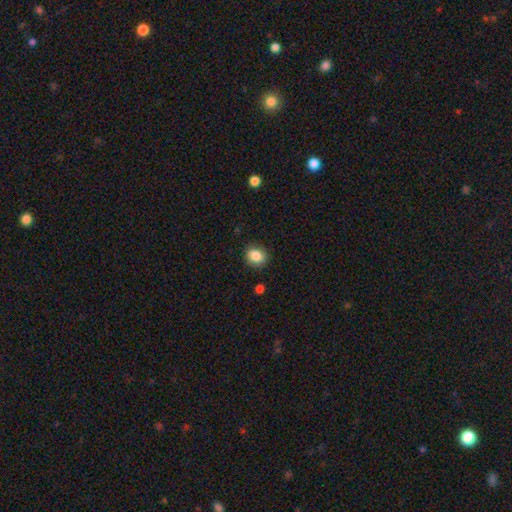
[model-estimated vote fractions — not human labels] This is clearly a smooth galaxy (86%). How rounded: likely round (62%). Merging: clearly none (86%).